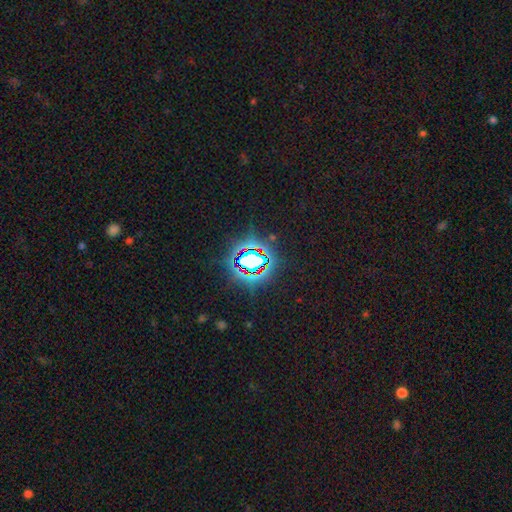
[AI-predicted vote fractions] Q: Smooth or featured?
A: star or artifact (80%); runner-up: smooth (12%)